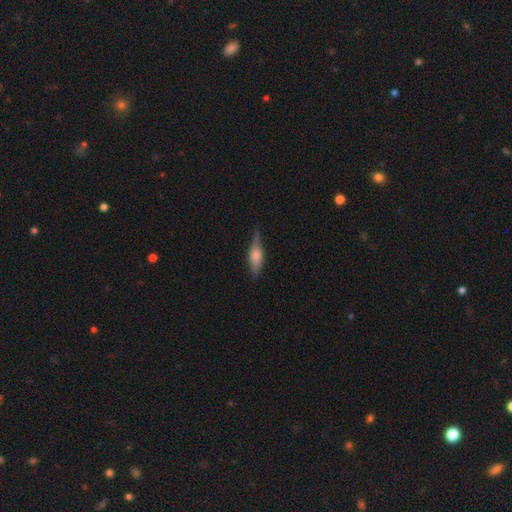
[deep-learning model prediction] Smooth or featured?
  - smooth: 49% *
  - featured or disk: 45%
  - star or artifact: 7%
Merging?
  - none: 72% *
  - minor disturbance: 22%
  - major disturbance: 5%
  - merger: 2%